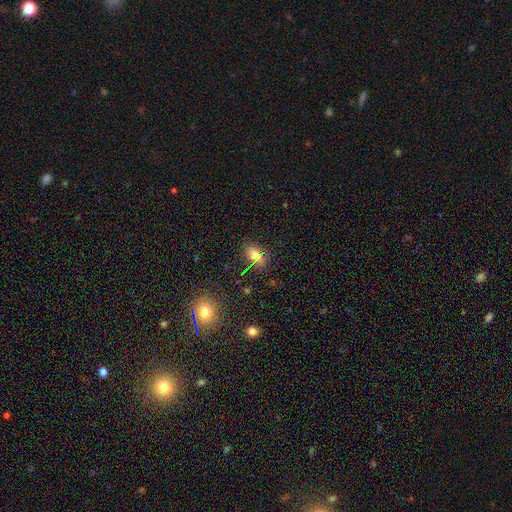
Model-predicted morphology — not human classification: smooth_or_featured: smooth (p=0.66) [alt: star or artifact p=0.25]
how_rounded: in between (p=0.68) [alt: round p=0.29]
merging: none (p=0.84) [alt: minor disturbance p=0.10]